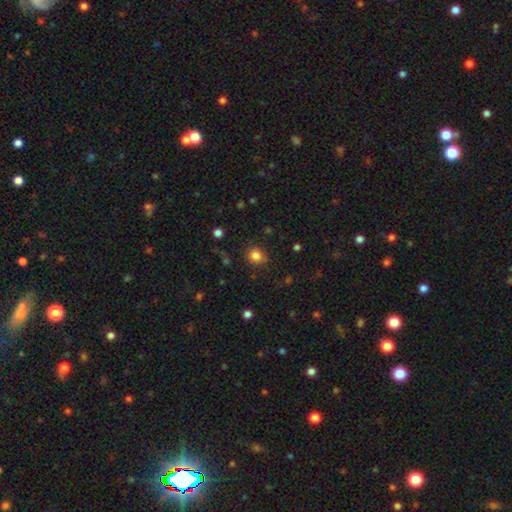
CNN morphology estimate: The model was most divided on "how rounded": round: 80%, in between: 19%, cigar-shaped: 1%. More confident: merging — none (83%); smooth or featured — smooth (83%).